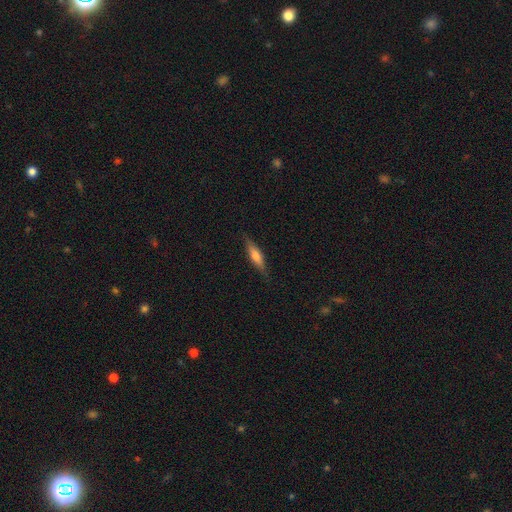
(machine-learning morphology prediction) smooth 52%, featured or disk 42%, star or artifact 6%. Down the decision tree: how rounded — cigar-shaped (71%); merging — none (84%).